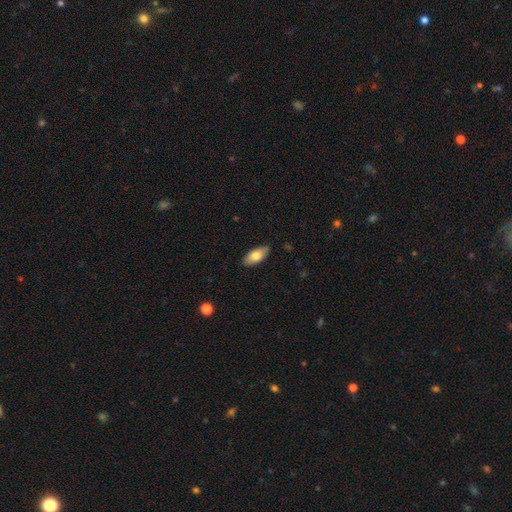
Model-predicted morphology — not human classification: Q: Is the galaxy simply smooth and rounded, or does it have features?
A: smooth — 77%.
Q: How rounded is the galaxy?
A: in between — 87%.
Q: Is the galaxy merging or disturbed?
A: none — 86%.